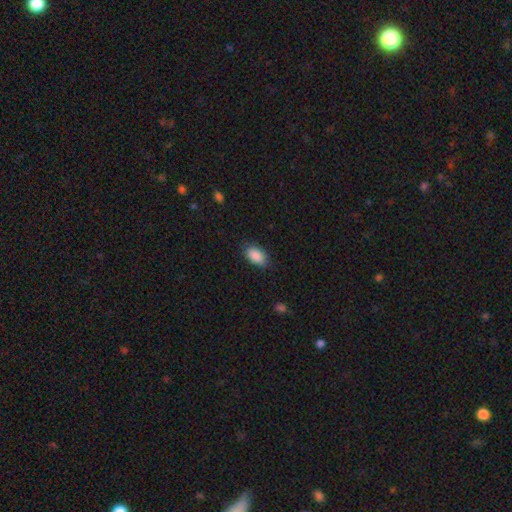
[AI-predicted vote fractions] Smooth or featured? smooth (89%)
How rounded? in between (93%)
Merging? none (82%)